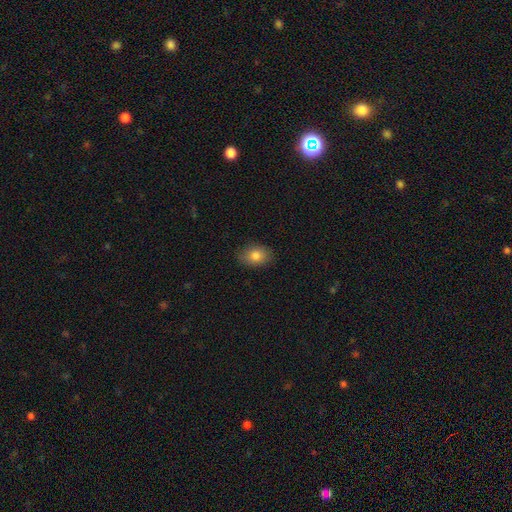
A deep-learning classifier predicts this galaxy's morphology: This appears to be a smooth galaxy with no disk features (82%) that is in between round and cigar-shaped (75%). Merging: none (86%).